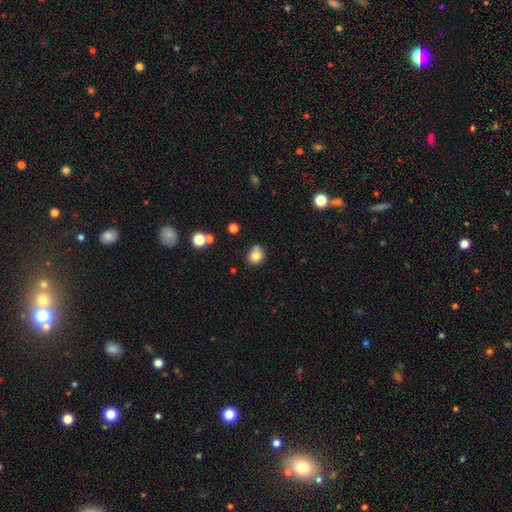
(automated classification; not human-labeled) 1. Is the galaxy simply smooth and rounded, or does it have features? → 79% smooth, 12% star or artifact, 9% featured or disk.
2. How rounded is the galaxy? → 72% round, 27% in between, 1% cigar-shaped.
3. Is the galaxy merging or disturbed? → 63% none, 20% minor disturbance, 12% merger, 5% major disturbance.